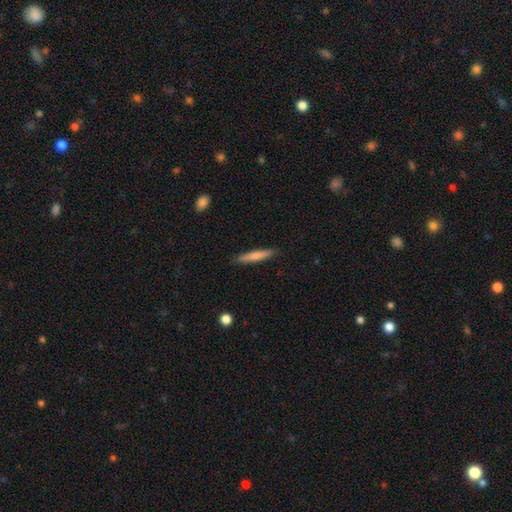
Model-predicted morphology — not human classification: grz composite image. It shows a smooth galaxy with no disk features (74%) that is cigar-shaped (92%). Merging: none (89%).